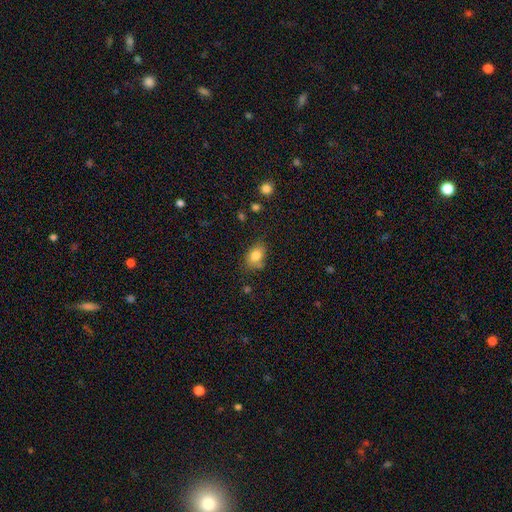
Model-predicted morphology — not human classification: This appears to be a smooth galaxy with no disk features (81%) that is in between round and cigar-shaped (70%). Merging: none (65%).